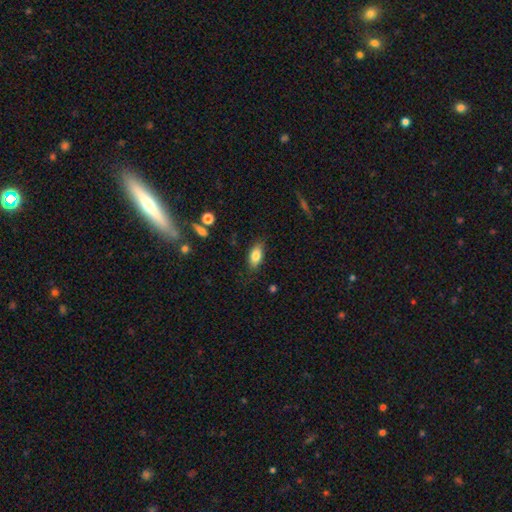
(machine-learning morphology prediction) Smooth or featured: smooth — 81% (featured or disk — 11%)
How rounded: in between — 87% (cigar-shaped — 8%)
Merging: none — 83% (minor disturbance — 13%)